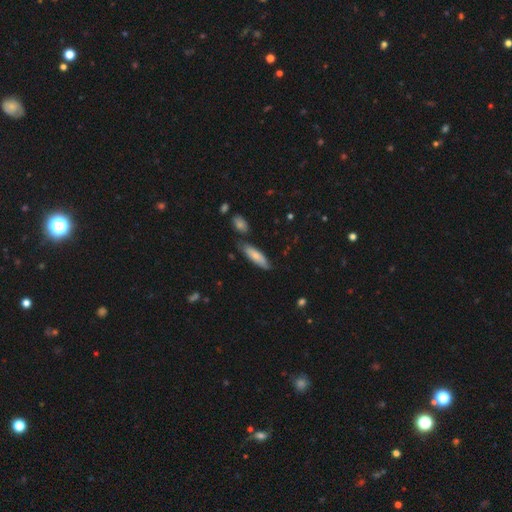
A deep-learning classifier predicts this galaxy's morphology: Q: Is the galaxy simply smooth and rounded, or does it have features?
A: smooth — 74%.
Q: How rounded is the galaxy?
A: cigar-shaped — 55%.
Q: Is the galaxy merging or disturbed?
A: none — 71%.